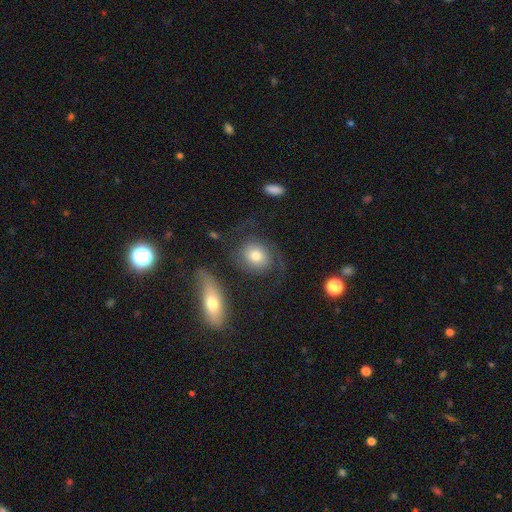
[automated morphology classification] Smooth or featured?
  - featured or disk: 51% *
  - smooth: 41%
  - star or artifact: 8%
Edge-on disk?
  - no: 96% *
  - yes: 4%
Merging?
  - none: 59% *
  - major disturbance: 17%
  - minor disturbance: 17%
  - merger: 7%